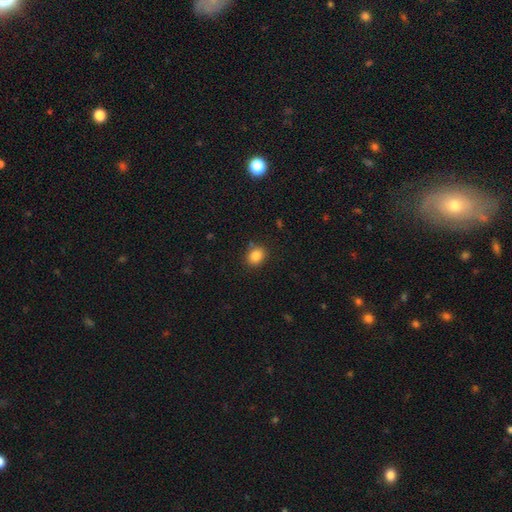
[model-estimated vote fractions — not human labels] Smooth or featured? smooth (85%)
How rounded? round (54%)
Merging? none (84%)